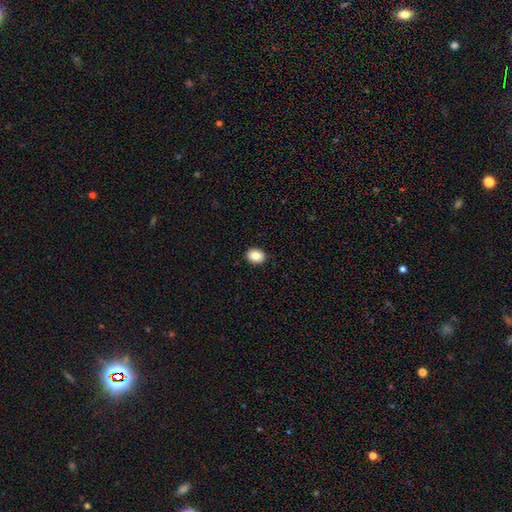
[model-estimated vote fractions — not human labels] smooth 86%, star or artifact 9%, featured or disk 5%. Down the decision tree: how rounded — in between (51%); merging — none (91%).